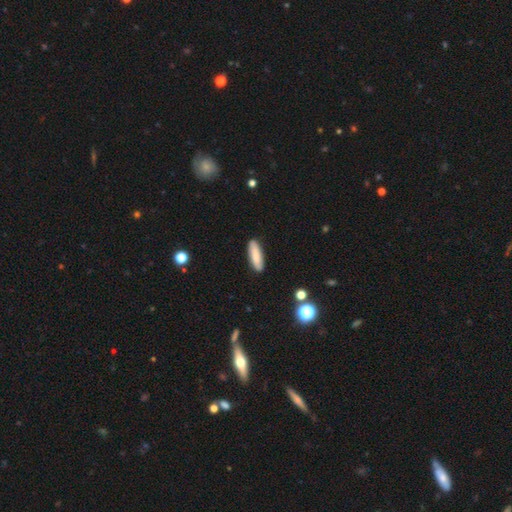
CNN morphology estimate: This appears to be a smooth galaxy with no disk features (81%) that is cigar-shaped (58%). Merging: none (89%).